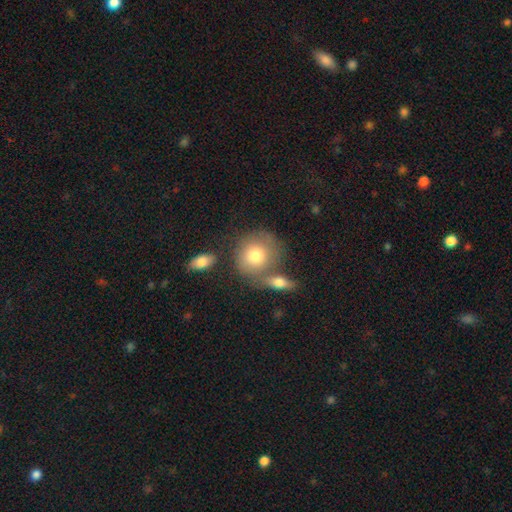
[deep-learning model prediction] smooth_or_featured: smooth (p=0.75) [alt: featured or disk p=0.17]
how_rounded: round (p=0.83) [alt: in between p=0.15]
merging: none (p=0.56) [alt: merger p=0.25]